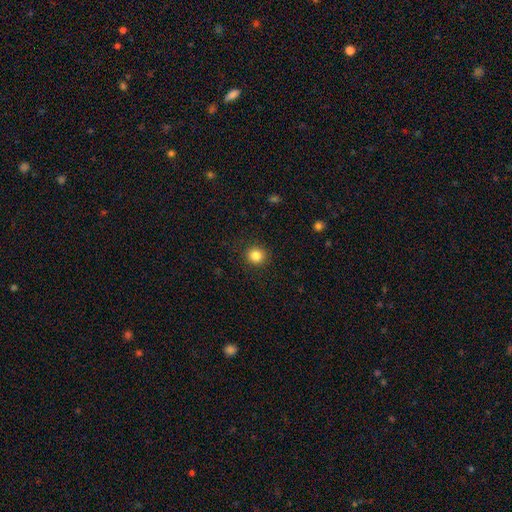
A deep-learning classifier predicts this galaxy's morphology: This is clearly a smooth galaxy (84%). How rounded: clearly round (90%). Merging: clearly none (91%).